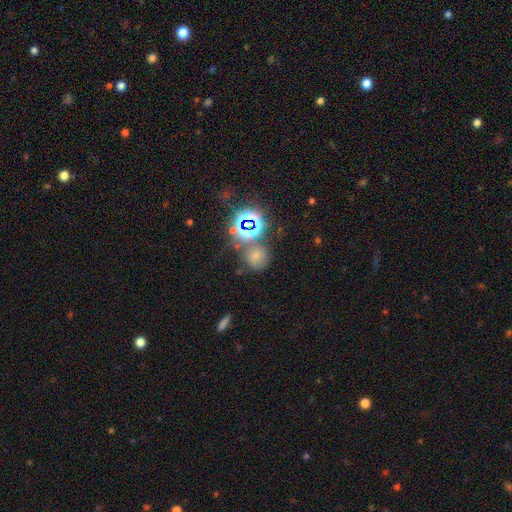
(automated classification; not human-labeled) Smooth or featured?
  - smooth: 56% *
  - star or artifact: 34%
  - featured or disk: 10%
How rounded?
  - round: 81% *
  - in between: 18%
  - cigar-shaped: 1%
Merging?
  - none: 65% *
  - merger: 15%
  - minor disturbance: 14%
  - major disturbance: 6%